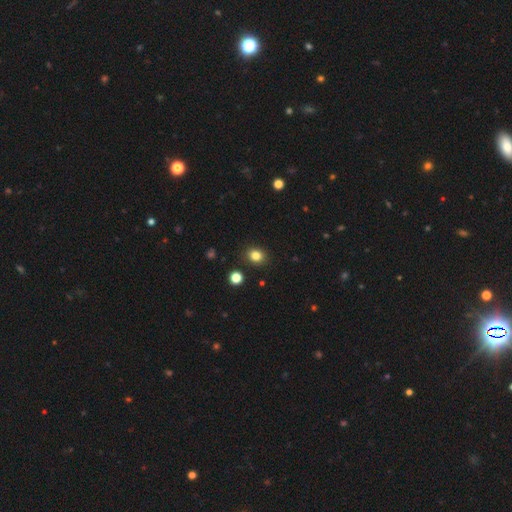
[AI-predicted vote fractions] A smooth galaxy with no disk features (82%) that is round (64%).

Vote fractions:
- Smooth or featured? smooth: 82% / star or artifact: 13% / featured or disk: 5%
- How rounded? round: 64% / in between: 35% / cigar-shaped: 1%
- Merging? none: 89% / minor disturbance: 7% / major disturbance: 2% / merger: 2%